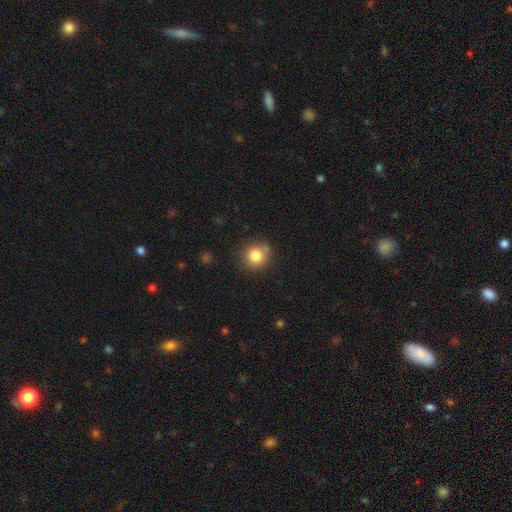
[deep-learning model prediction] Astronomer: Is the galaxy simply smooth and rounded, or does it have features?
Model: smooth — 82%.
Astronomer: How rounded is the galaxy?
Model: round — 90%.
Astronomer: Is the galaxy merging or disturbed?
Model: none — 78%.